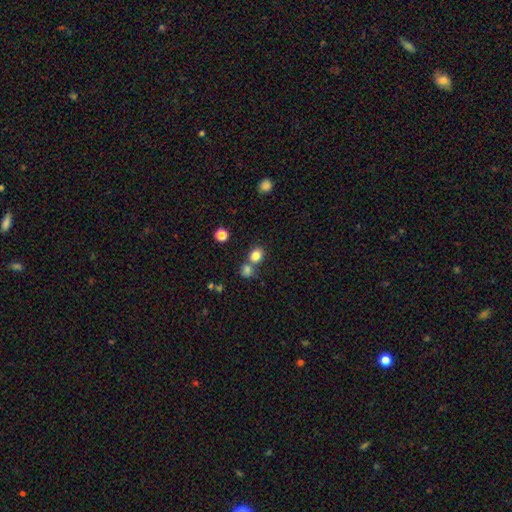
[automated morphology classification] smooth_or_featured: smooth (p=0.81) [alt: star or artifact p=0.12]
how_rounded: round (p=0.64) [alt: in between p=0.35]
merging: none (p=0.57) [alt: merger p=0.31]